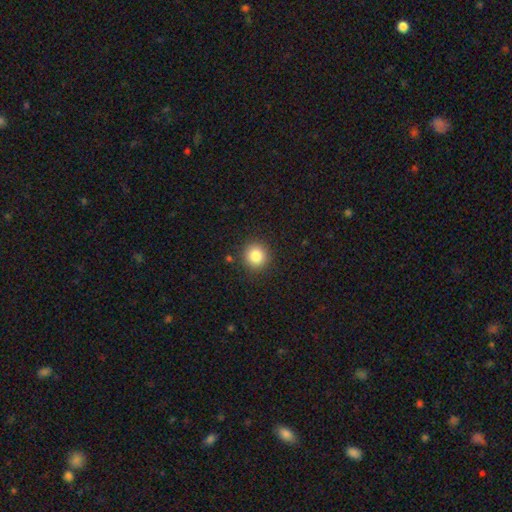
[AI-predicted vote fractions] Overall: smooth (84%). How rounded: round (93%). Merging: none (90%).